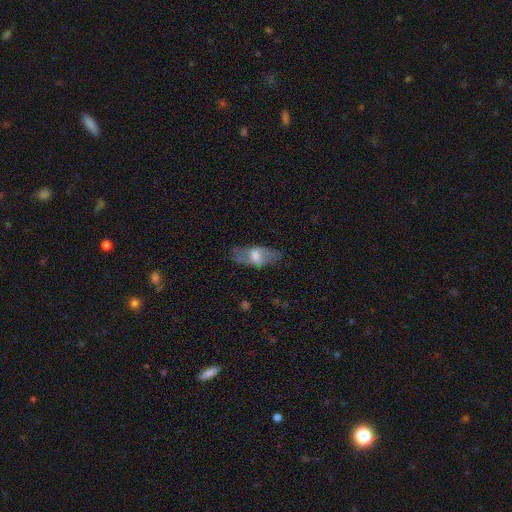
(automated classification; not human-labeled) The model was most divided on "smooth or featured": smooth: 48%, featured or disk: 45%, star or artifact: 7%. More confident: merging — none (70%).